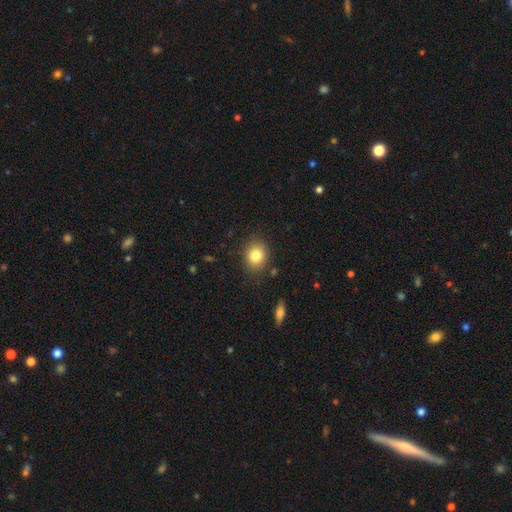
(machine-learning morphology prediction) This appears to be a smooth galaxy with no disk features (82%) that is round (68%). Merging: none (84%).